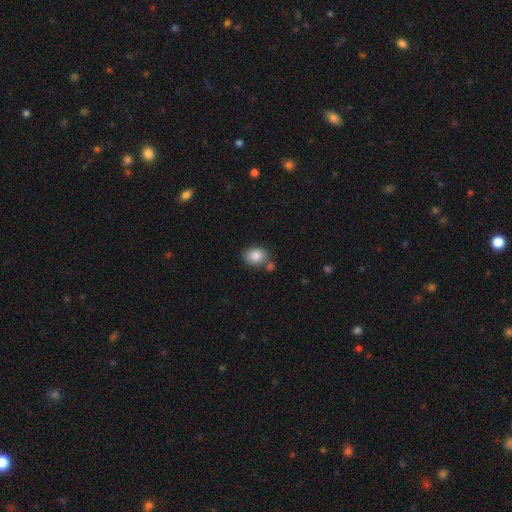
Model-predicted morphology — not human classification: Smooth or featured?
  - smooth: 85% *
  - star or artifact: 8%
  - featured or disk: 7%
How rounded?
  - in between: 56% *
  - round: 43%
  - cigar-shaped: 1%
Merging?
  - none: 67% *
  - merger: 16%
  - minor disturbance: 14%
  - major disturbance: 3%